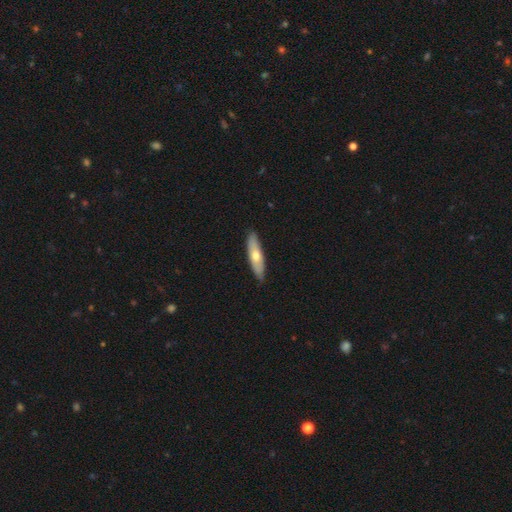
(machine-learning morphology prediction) Smooth or featured: smooth — 59% (featured or disk — 36%)
How rounded: cigar-shaped — 60% (in between — 38%)
Merging: none — 85% (minor disturbance — 12%)